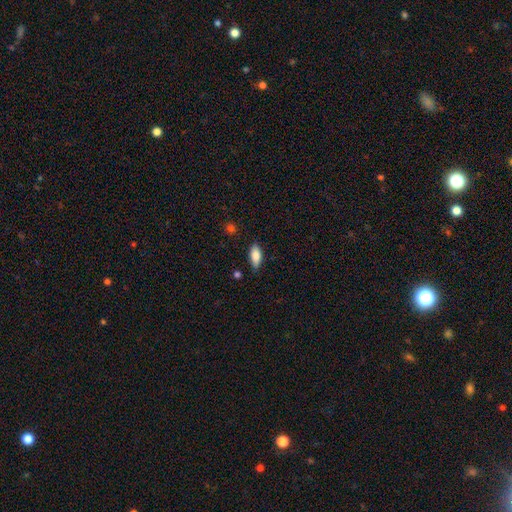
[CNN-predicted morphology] A smooth galaxy with no disk features (82%) that is in between round and cigar-shaped (84%).

Vote fractions:
- Smooth or featured? smooth: 82% / featured or disk: 11% / star or artifact: 7%
- How rounded? in between: 84% / cigar-shaped: 13% / round: 2%
- Merging? none: 80% / minor disturbance: 15% / major disturbance: 3% / merger: 2%